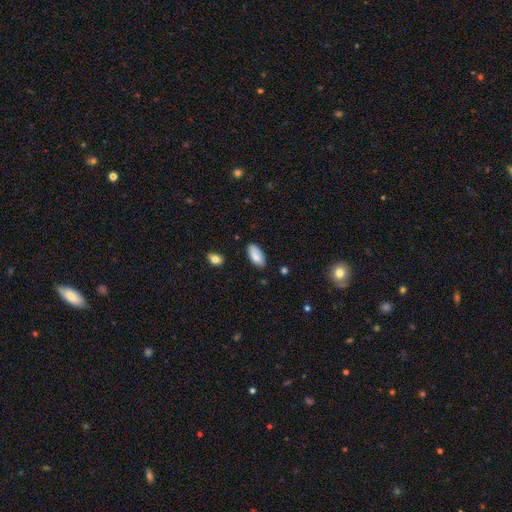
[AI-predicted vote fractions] The model was most divided on "merging": none: 82%, minor disturbance: 14%, major disturbance: 2%, merger: 2%. More confident: how rounded — in between (91%); smooth or featured — smooth (86%).